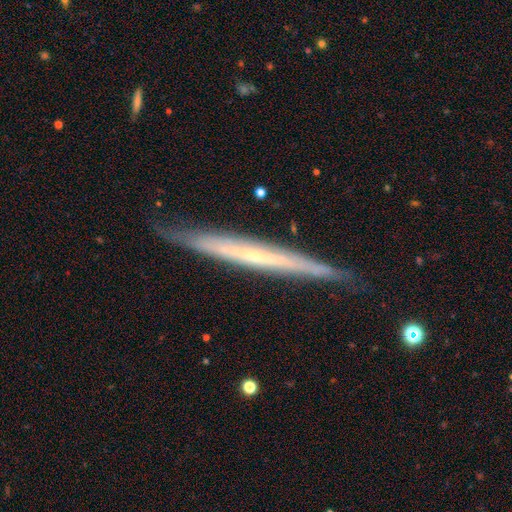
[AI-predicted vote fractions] Smooth or featured?
  - featured or disk: 69% *
  - smooth: 25%
  - star or artifact: 6%
Edge-on disk?
  - yes: 94% *
  - no: 6%
Edge-on bulge?
  - none: 73% *
  - rounded: 22%
  - boxy: 5%
Merging?
  - none: 84% *
  - minor disturbance: 13%
  - major disturbance: 2%
  - merger: 1%